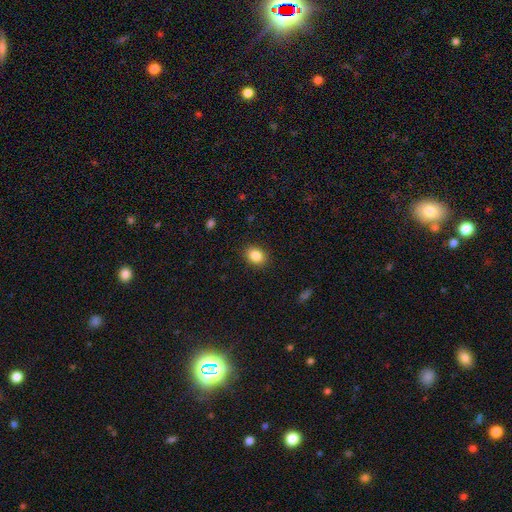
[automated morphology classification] smooth-or-featured: smooth: 86% | star or artifact: 9% | featured or disk: 5%
  how-rounded: in between: 59% | round: 41% | cigar-shaped: 1%
  merging: none: 89% | minor disturbance: 8% | major disturbance: 2% | merger: 1%